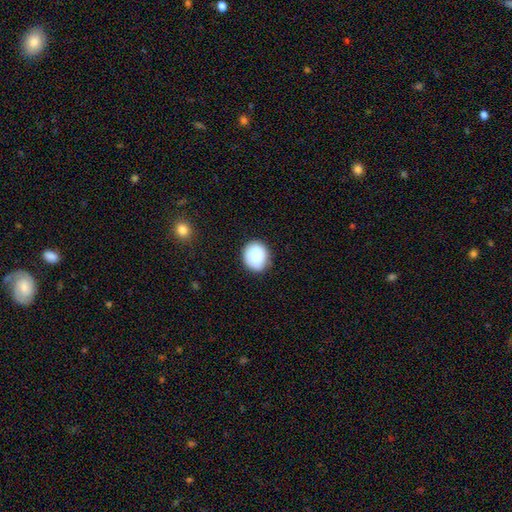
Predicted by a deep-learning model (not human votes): Morphology: type=smooth (88%); roundness=round (69%); merging=none (84%).